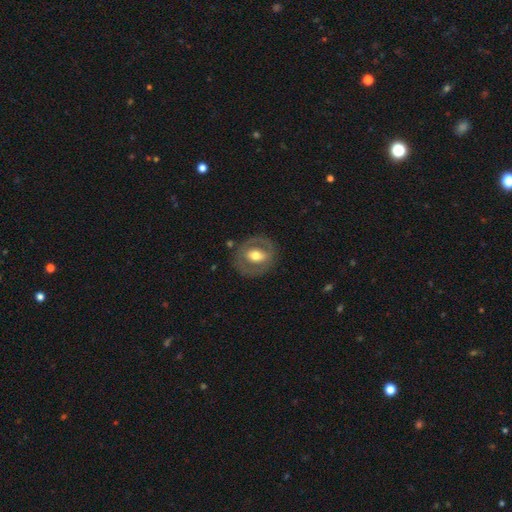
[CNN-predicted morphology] Overall: featured or disk (58%; smooth 37%). Edge-on disk: no (93%). Bar: no (42%; weak 33%). Spiral arms: no (76%). Bulge size: moderate (68%). Merging: none (78%).